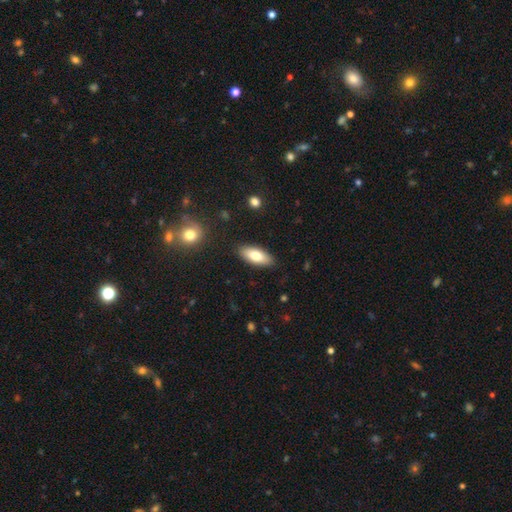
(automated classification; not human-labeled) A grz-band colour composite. It shows a smooth galaxy with no disk features (78%) that is in between round and cigar-shaped (79%). Merging: none (88%).